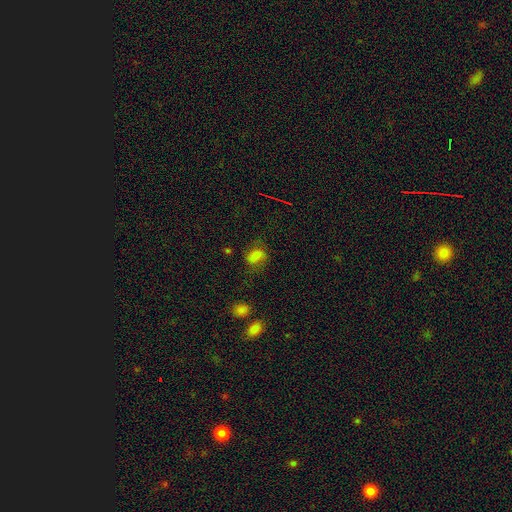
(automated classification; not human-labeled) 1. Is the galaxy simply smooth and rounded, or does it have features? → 65% smooth, 18% featured or disk, 16% star or artifact.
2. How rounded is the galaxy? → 70% in between, 28% round, 2% cigar-shaped.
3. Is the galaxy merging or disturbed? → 60% none, 23% minor disturbance, 14% major disturbance, 3% merger.